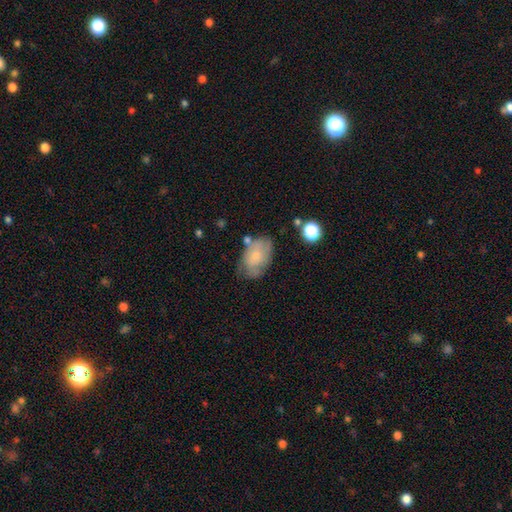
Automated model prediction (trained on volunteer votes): This is likely a smooth galaxy (62%). How rounded: clearly in between (87%). Merging: possibly none (55%).